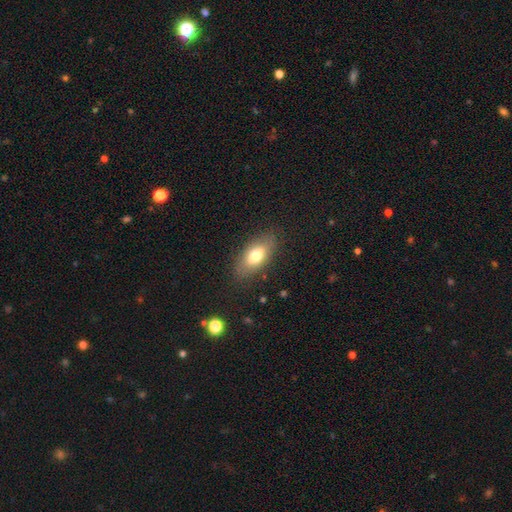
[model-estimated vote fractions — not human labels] smooth-or-featured: smooth: 72% | featured or disk: 20% | star or artifact: 8%
  how-rounded: in between: 85% | cigar-shaped: 11% | round: 4%
  merging: none: 83% | minor disturbance: 13% | major disturbance: 4% | merger: 1%